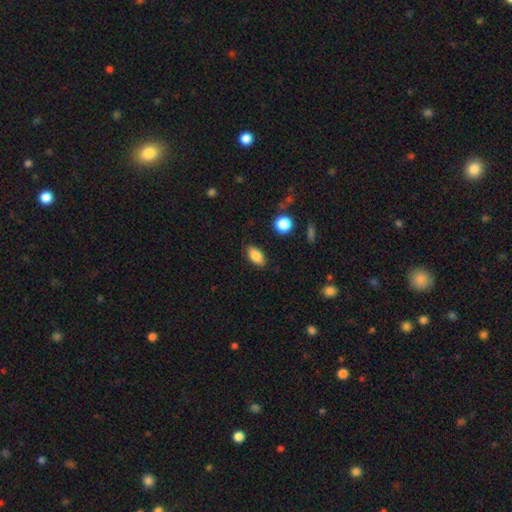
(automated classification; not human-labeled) Smooth or featured: smooth — 85% (star or artifact — 8%)
How rounded: in between — 90% (round — 5%)
Merging: none — 85% (minor disturbance — 11%)